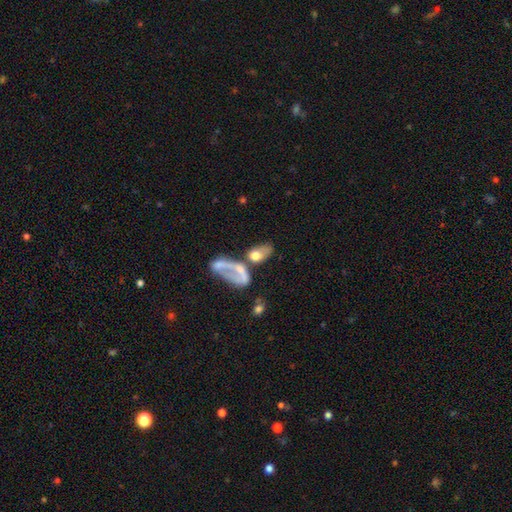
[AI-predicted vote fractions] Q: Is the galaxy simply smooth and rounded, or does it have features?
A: smooth — 59%.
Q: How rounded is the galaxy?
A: in between — 83%.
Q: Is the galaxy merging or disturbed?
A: merger — 39%.